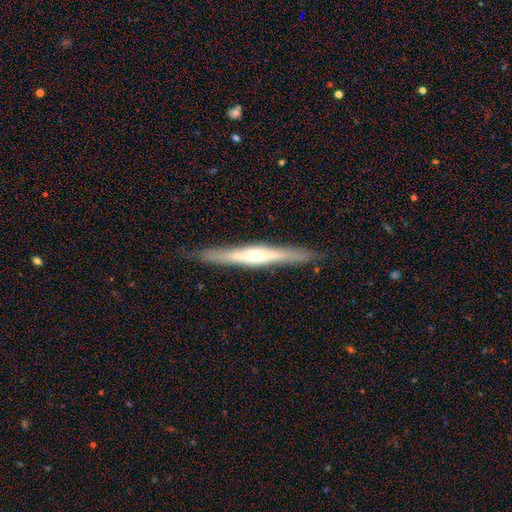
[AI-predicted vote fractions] A featured or disk galaxy (71%) viewed edge-on (96%) with a rounded central bulge (81%).

Vote fractions:
- Smooth or featured? featured or disk: 71% / smooth: 23% / star or artifact: 6%
- Edge-on disk? yes: 96% / no: 4%
- Edge-on bulge? rounded: 81% / none: 13% / boxy: 7%
- Merging? none: 88% / minor disturbance: 9% / major disturbance: 2% / merger: 1%